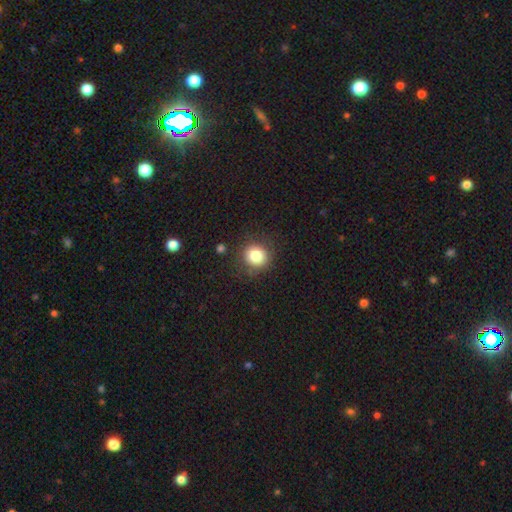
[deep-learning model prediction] smooth-or-featured: smooth: 82% | star or artifact: 11% | featured or disk: 7%
  how-rounded: round: 88% | in between: 12% | cigar-shaped: 1%
  merging: none: 83% | minor disturbance: 11% | major disturbance: 4% | merger: 2%